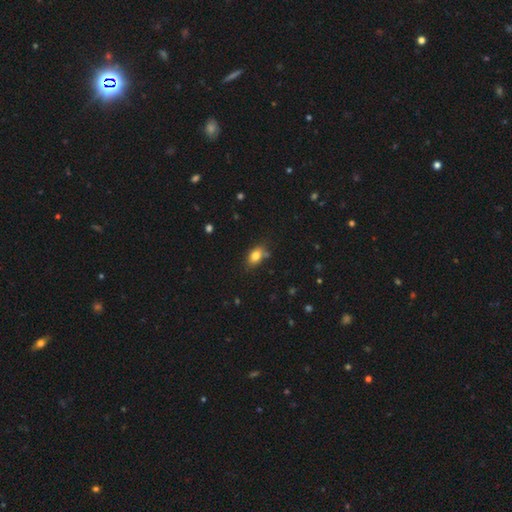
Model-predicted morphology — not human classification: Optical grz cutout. It shows a smooth galaxy with no disk features (81%) that is in between round and cigar-shaped (82%). Merging: none (71%).